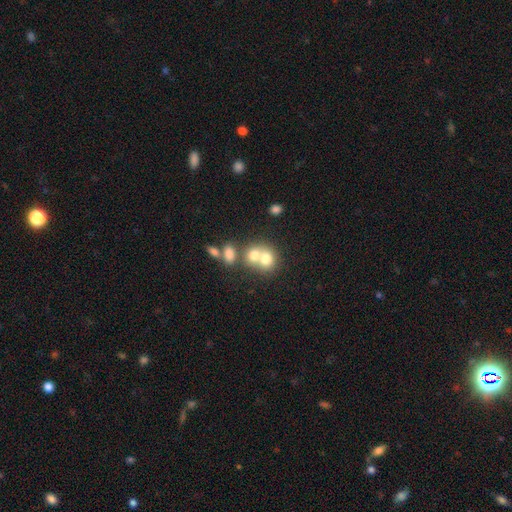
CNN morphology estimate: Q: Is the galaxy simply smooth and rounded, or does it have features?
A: smooth — 67%.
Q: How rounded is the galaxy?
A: round — 65%.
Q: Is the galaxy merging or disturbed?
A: merger — 64%.